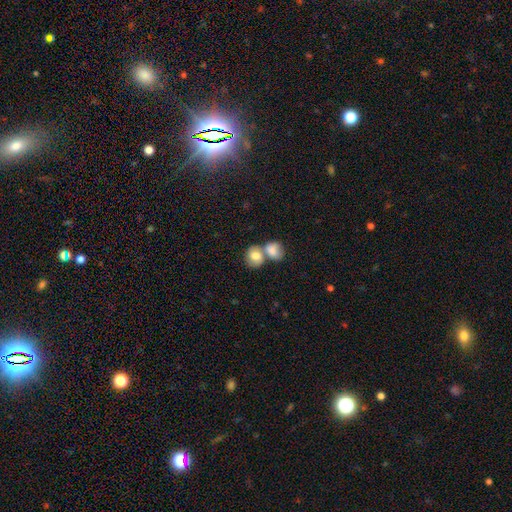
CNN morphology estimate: Smooth or featured? Predicted: smooth (p=0.76). How rounded? Predicted: round (p=0.63). Merging? Predicted: merger (p=0.61).